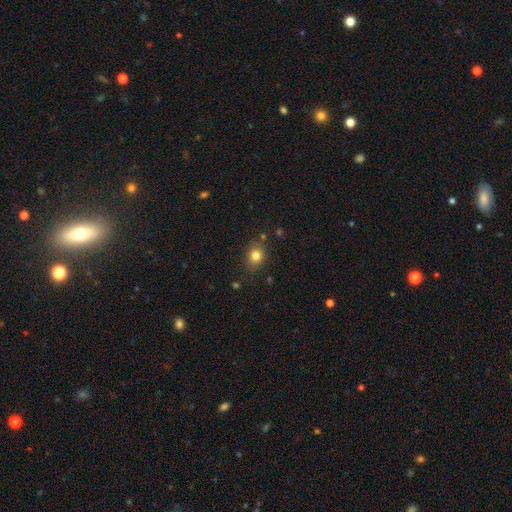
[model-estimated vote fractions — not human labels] Smooth or featured? smooth (81%)
How rounded? round (60%)
Merging? none (79%)